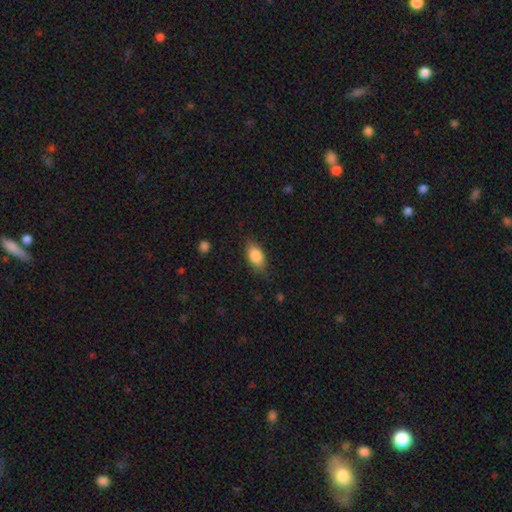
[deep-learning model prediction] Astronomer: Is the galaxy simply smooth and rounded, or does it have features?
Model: smooth — 86%.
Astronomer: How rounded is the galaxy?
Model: in between — 90%.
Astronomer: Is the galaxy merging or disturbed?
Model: none — 80%.